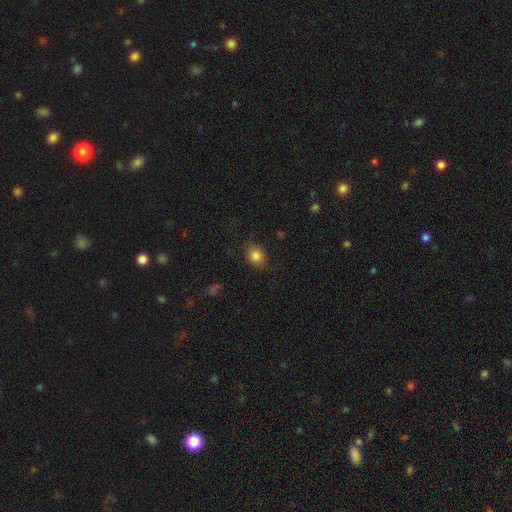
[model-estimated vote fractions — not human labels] smooth_or_featured: smooth (p=0.84) [alt: star or artifact p=0.10]
how_rounded: round (p=0.62) [alt: in between p=0.37]
merging: none (p=0.80) [alt: minor disturbance p=0.14]